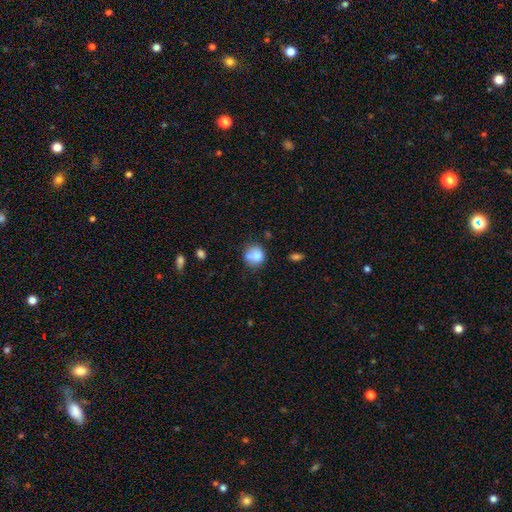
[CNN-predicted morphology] smooth_or_featured: smooth (p=0.75) [alt: featured or disk p=0.15]
how_rounded: round (p=0.77) [alt: in between p=0.22]
merging: none (p=0.47) [alt: merger p=0.26]